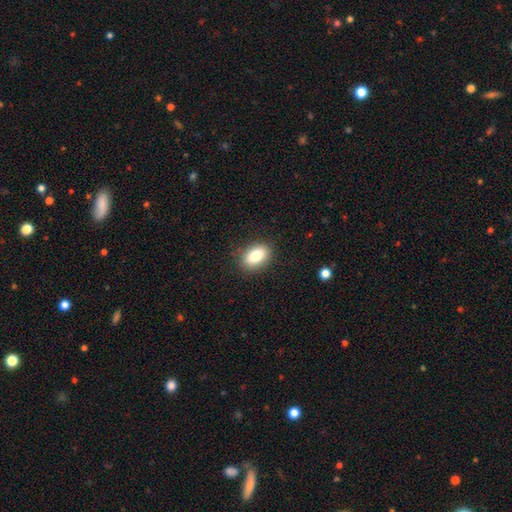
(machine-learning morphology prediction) Smooth or featured?
  - smooth: 82% *
  - featured or disk: 10%
  - star or artifact: 8%
How rounded?
  - in between: 87% *
  - round: 10%
  - cigar-shaped: 2%
Merging?
  - none: 87% *
  - minor disturbance: 9%
  - major disturbance: 3%
  - merger: 1%